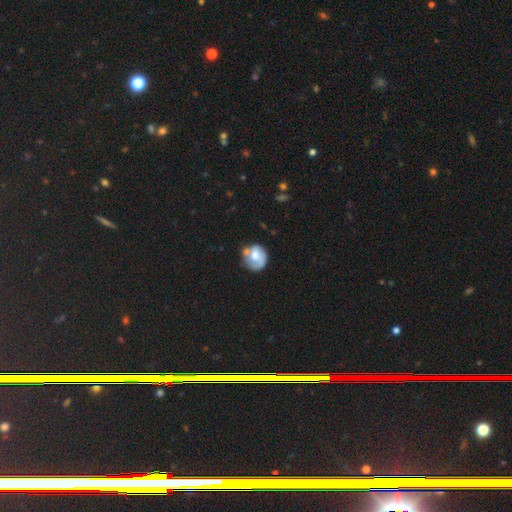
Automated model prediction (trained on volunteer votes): This is possibly a smooth galaxy (50%). Merging: possibly none (48%).